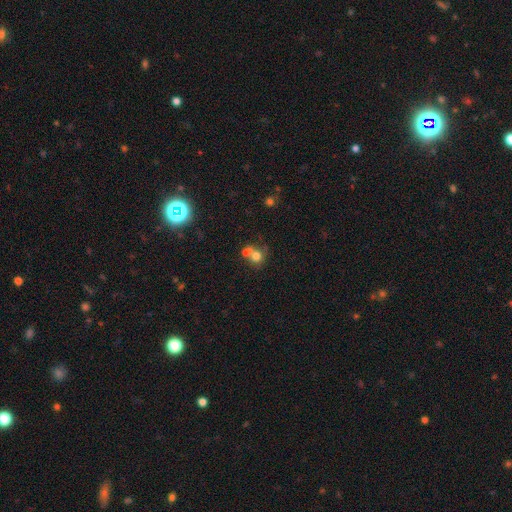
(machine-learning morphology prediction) smooth_or_featured: smooth (p=0.70) [alt: featured or disk p=0.17]
how_rounded: round (p=0.79) [alt: in between p=0.20]
merging: merger (p=0.53) [alt: none p=0.35]